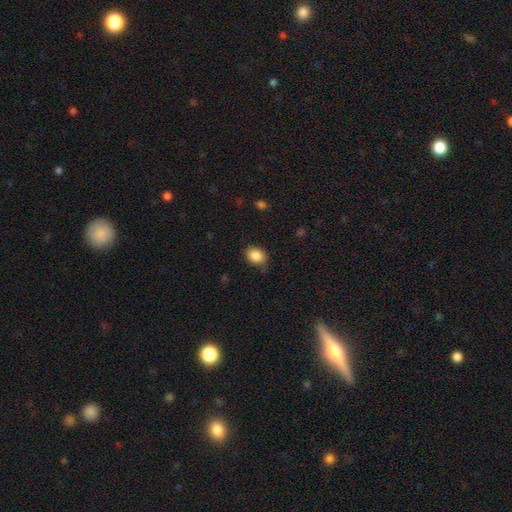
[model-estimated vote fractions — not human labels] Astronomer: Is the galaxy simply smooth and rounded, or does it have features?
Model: smooth — 88%.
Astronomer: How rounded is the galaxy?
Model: in between — 68%.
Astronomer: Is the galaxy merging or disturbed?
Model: none — 77%.